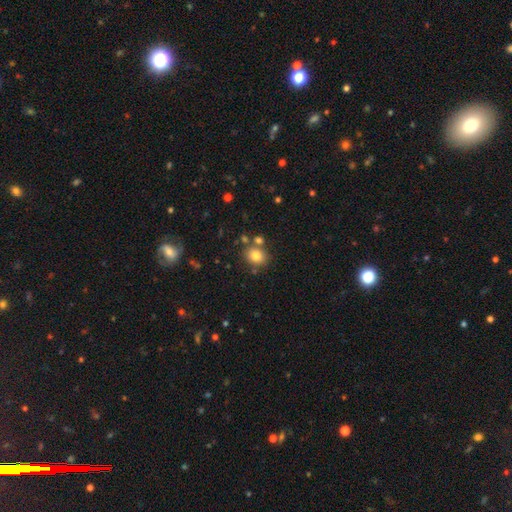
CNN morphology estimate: smooth 80%, star or artifact 11%, featured or disk 9%. Down the decision tree: how rounded — round (62%); merging — none (73%).